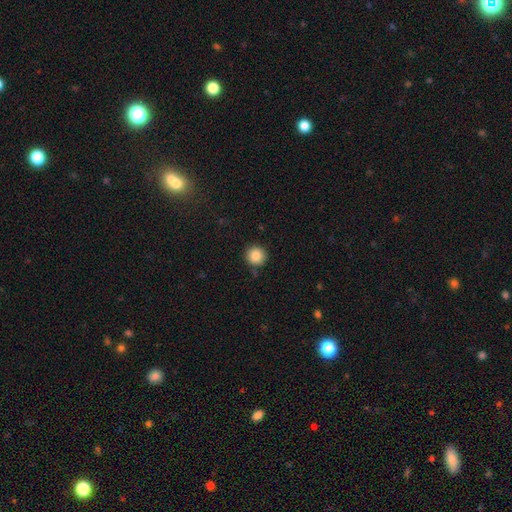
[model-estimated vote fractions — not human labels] smooth 86%, star or artifact 9%, featured or disk 5%. Down the decision tree: how rounded — round (95%); merging — none (88%).